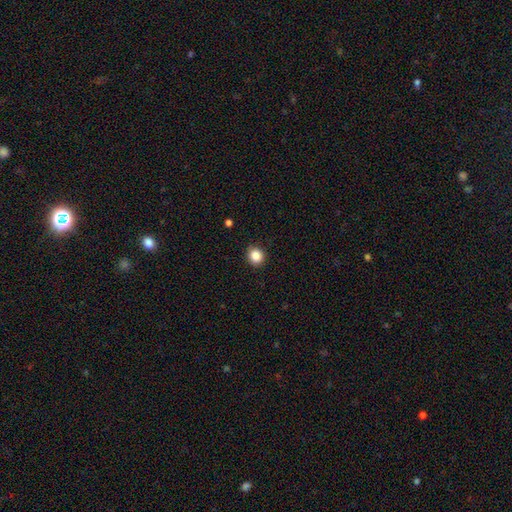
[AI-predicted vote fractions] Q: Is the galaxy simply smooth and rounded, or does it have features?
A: smooth — 87%.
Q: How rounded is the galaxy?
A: round — 83%.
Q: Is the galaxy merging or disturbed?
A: none — 90%.